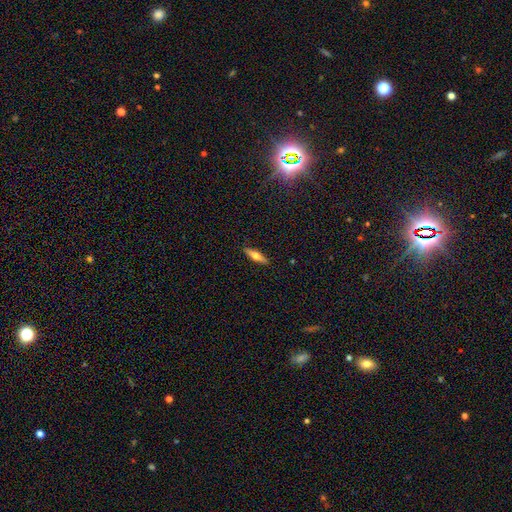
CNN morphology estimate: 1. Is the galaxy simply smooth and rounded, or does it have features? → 54% smooth, 40% featured or disk, 6% star or artifact.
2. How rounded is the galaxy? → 68% cigar-shaped, 30% in between, 2% round.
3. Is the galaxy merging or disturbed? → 90% none, 7% minor disturbance, 2% major disturbance, 1% merger.